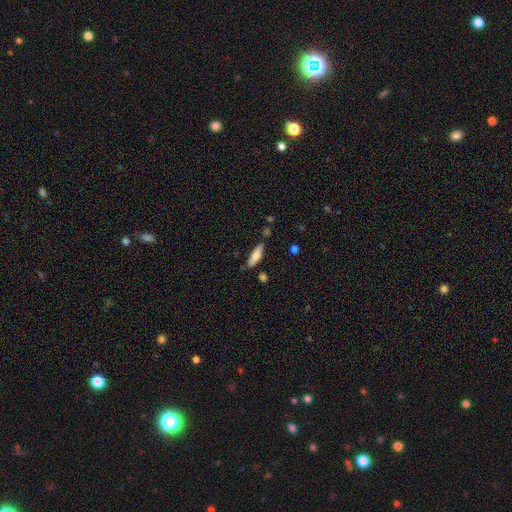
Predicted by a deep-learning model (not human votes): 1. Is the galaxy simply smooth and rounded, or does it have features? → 78% smooth, 16% featured or disk, 6% star or artifact.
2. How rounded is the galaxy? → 56% cigar-shaped, 42% in between, 2% round.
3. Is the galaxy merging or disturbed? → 77% none, 16% minor disturbance, 4% merger, 3% major disturbance.